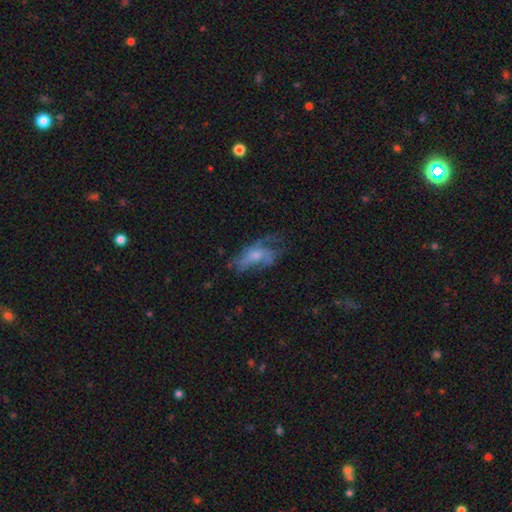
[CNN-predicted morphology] A featured or disk galaxy (57%) with no bar (73%), spiral arms (62%) and a moderate central bulge (42%). Merging: none (38%).